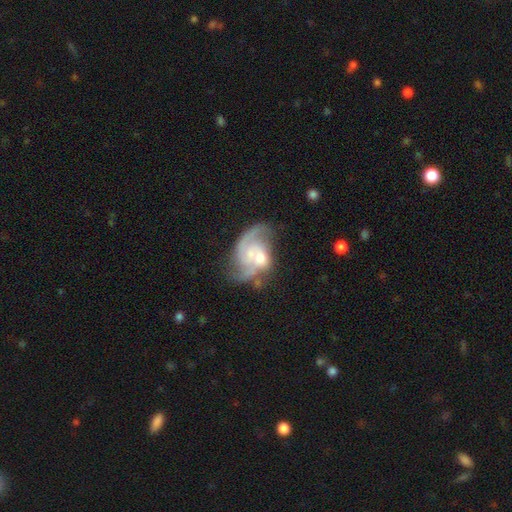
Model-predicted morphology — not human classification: The model was most divided on "bulge size": moderate: 44%, small: 38%, none: 10%, large: 7%, dominant: 2%. Remaining: edge-on disk — no (98%); spiral arms — yes (91%); smooth or featured — featured or disk (79%); bar — no (65%); spiral arm count — 2 (60%); spiral winding — medium (49%); merging — none (38%).